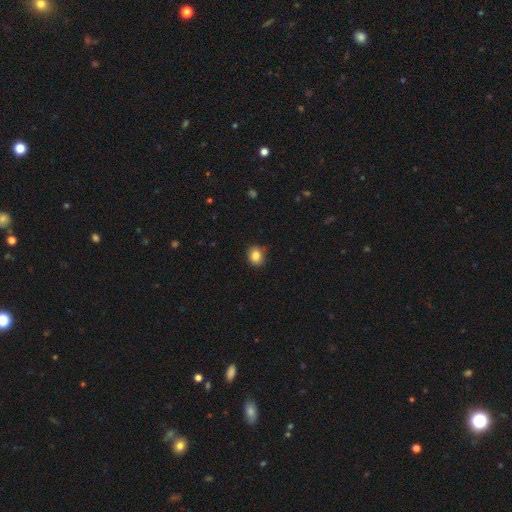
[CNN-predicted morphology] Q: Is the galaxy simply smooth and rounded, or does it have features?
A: smooth — 85%.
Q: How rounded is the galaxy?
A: round — 67%.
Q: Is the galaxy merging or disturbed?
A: none — 78%.